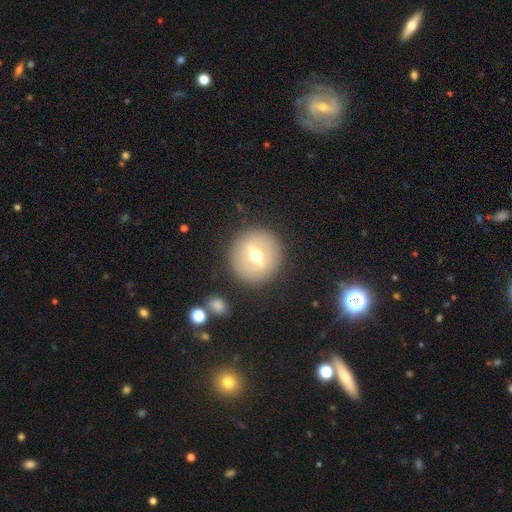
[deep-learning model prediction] Smooth or featured?
  - featured or disk: 51% *
  - smooth: 40%
  - star or artifact: 9%
Edge-on disk?
  - no: 78% *
  - yes: 22%
Merging?
  - none: 87% *
  - minor disturbance: 8%
  - major disturbance: 3%
  - merger: 2%